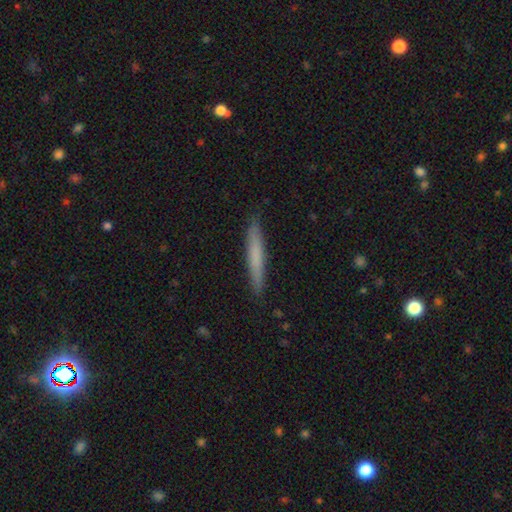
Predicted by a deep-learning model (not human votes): smooth_or_featured: smooth (p=0.67) [alt: featured or disk p=0.28]
how_rounded: cigar-shaped (p=0.96) [alt: in between p=0.03]
merging: none (p=0.90) [alt: minor disturbance p=0.07]